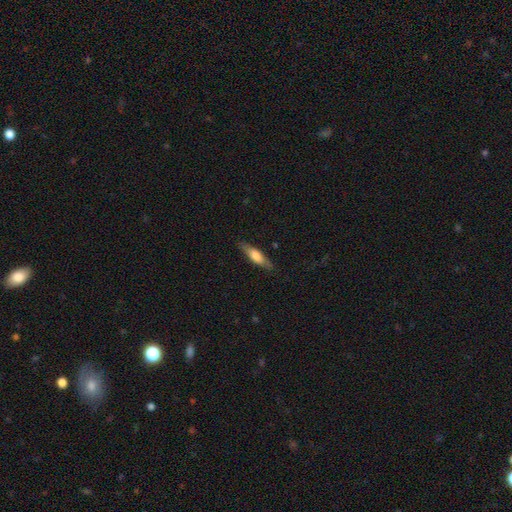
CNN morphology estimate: Q: Smooth or featured?
A: smooth (61%); runner-up: featured or disk (33%)
Q: How rounded?
A: cigar-shaped (65%); runner-up: in between (33%)
Q: Merging?
A: none (84%); runner-up: minor disturbance (12%)